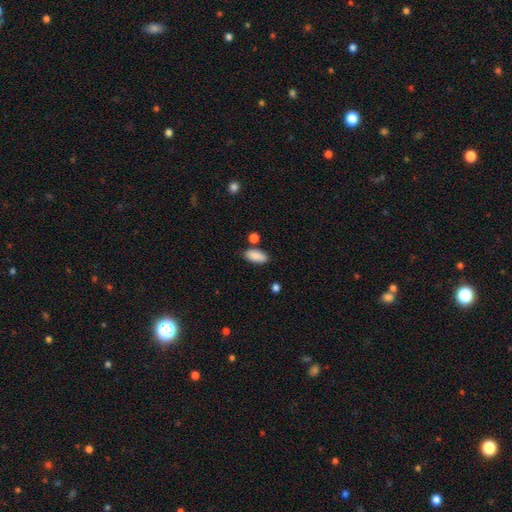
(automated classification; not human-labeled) Smooth or featured?
  - smooth: 89% *
  - star or artifact: 7%
  - featured or disk: 4%
How rounded?
  - in between: 90% *
  - cigar-shaped: 7%
  - round: 3%
Merging?
  - none: 80% *
  - minor disturbance: 12%
  - merger: 6%
  - major disturbance: 3%